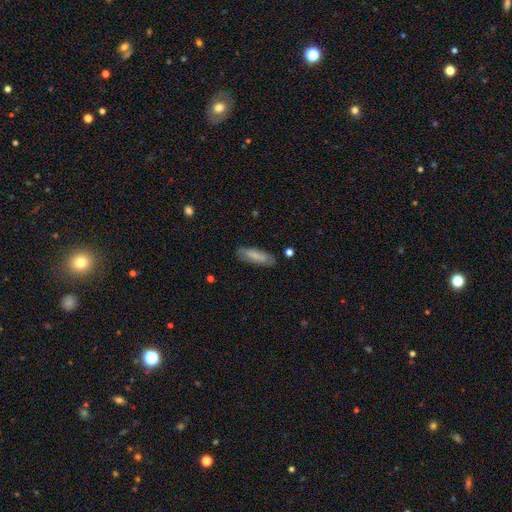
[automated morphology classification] Overall: smooth (80%). How rounded: cigar-shaped (56%; in between 42%). Merging: none (84%).